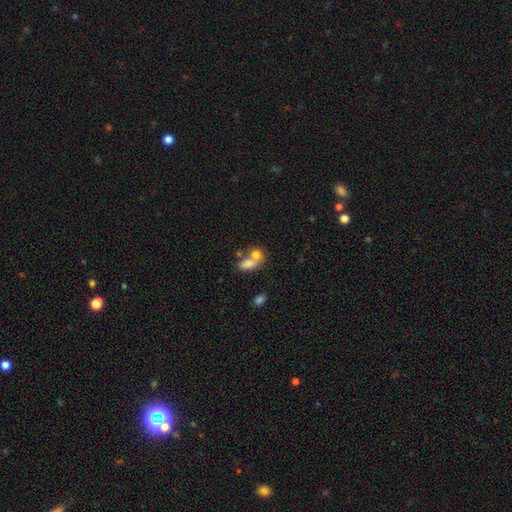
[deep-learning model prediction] Q: Smooth or featured?
A: smooth (75%); runner-up: featured or disk (15%)
Q: How rounded?
A: in between (65%); runner-up: round (32%)
Q: Merging?
A: merger (64%); runner-up: none (24%)